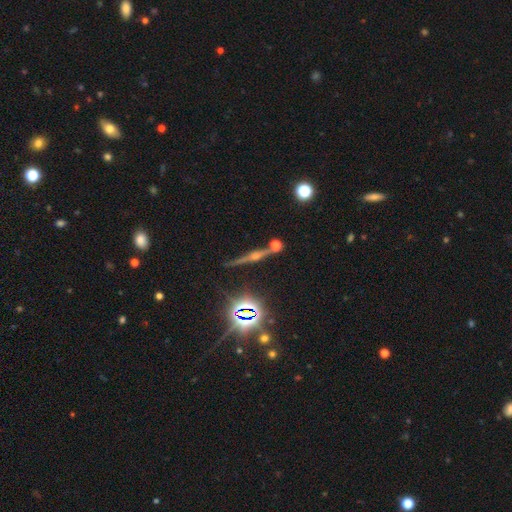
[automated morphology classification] Overall: featured or disk (62%; star or artifact 24%). Edge-on disk: yes (95%). Edge-on bulge: rounded (90%). Merging: none (77%).